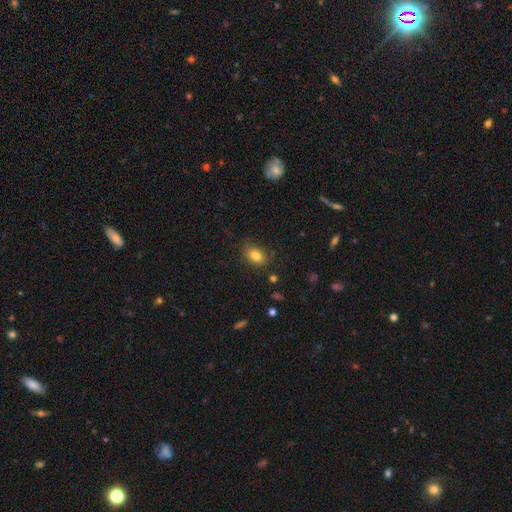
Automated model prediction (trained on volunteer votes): Smooth or featured?
  - smooth: 81% *
  - star or artifact: 10%
  - featured or disk: 9%
How rounded?
  - in between: 73% *
  - round: 26%
  - cigar-shaped: 1%
Merging?
  - none: 80% *
  - minor disturbance: 15%
  - major disturbance: 3%
  - merger: 2%